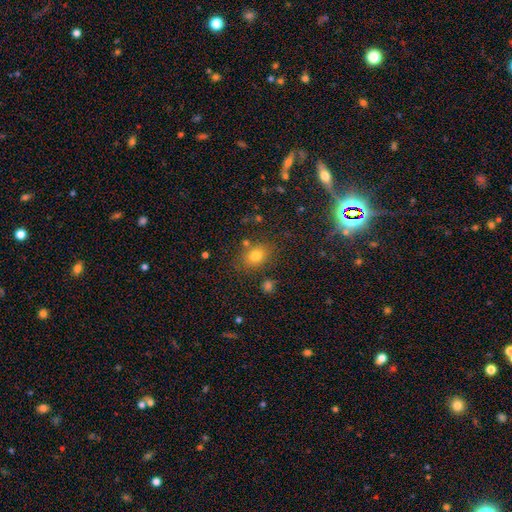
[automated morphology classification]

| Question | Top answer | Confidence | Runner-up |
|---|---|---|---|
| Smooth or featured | smooth | 74% | star or artifact (16%) |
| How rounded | in between | 55% | round (44%) |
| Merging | none | 77% | minor disturbance (12%) |